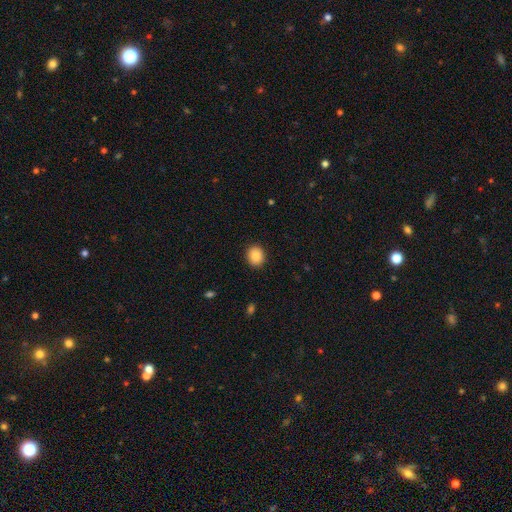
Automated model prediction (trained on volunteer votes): smooth_or_featured: smooth (p=0.88) [alt: star or artifact p=0.08]
how_rounded: round (p=0.68) [alt: in between p=0.31]
merging: none (p=0.90) [alt: minor disturbance p=0.07]